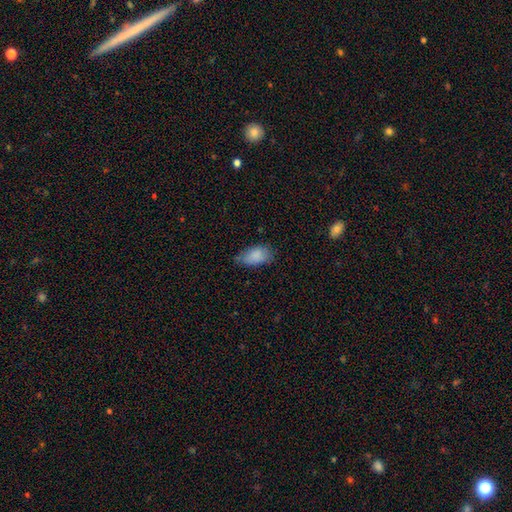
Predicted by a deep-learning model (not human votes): This is clearly a smooth galaxy (86%). How rounded: clearly in between (93%). Merging: likely none (62%).